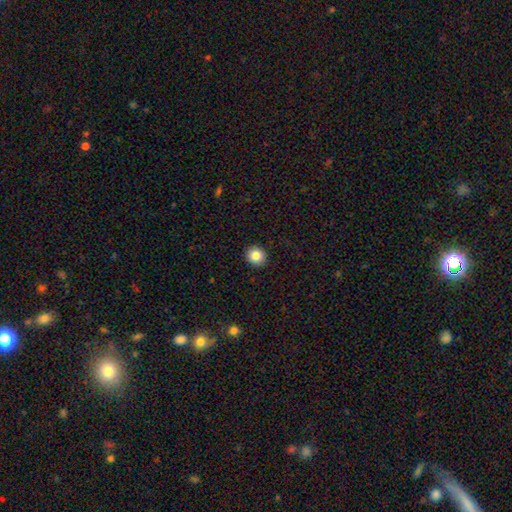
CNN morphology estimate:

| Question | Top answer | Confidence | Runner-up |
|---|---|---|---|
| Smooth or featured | smooth | 84% | star or artifact (9%) |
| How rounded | round | 90% | in between (10%) |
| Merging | none | 93% | minor disturbance (5%) |